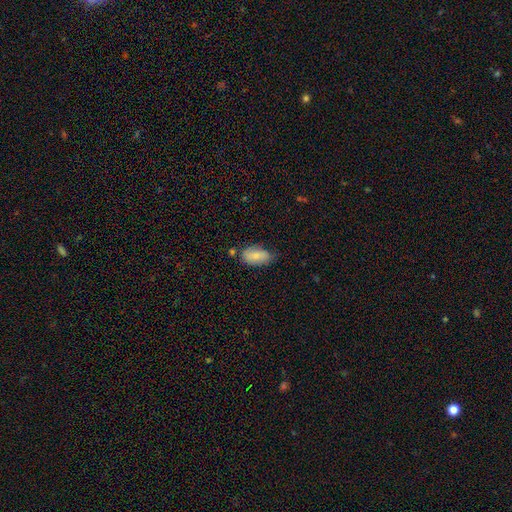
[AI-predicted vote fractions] Smooth or featured? smooth (78%)
How rounded? in between (93%)
Merging? none (62%)